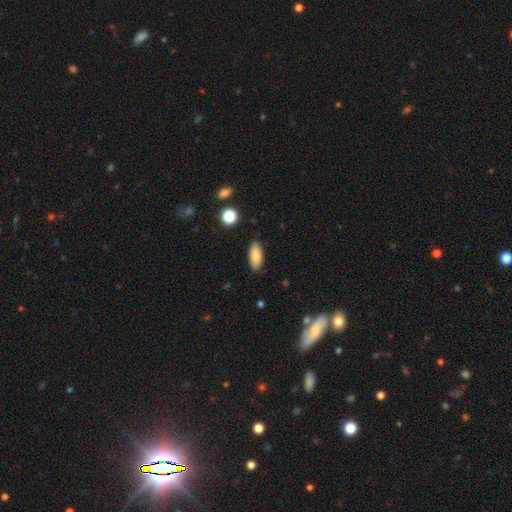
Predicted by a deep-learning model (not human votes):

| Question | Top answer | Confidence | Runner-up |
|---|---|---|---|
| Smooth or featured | smooth | 80% | featured or disk (13%) |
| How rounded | in between | 81% | cigar-shaped (16%) |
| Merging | none | 88% | minor disturbance (9%) |